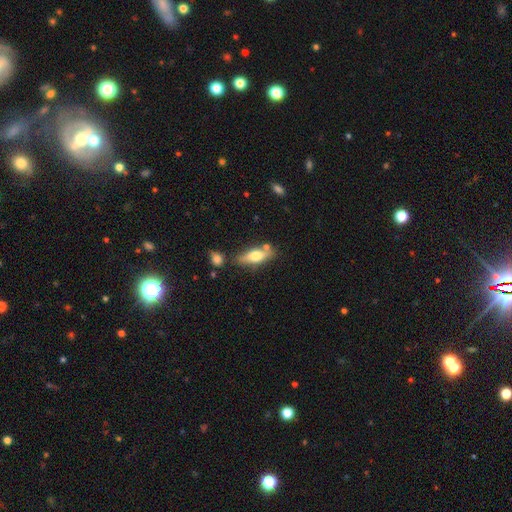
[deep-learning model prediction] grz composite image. It shows a smooth galaxy with no disk features (57%) that is in between round and cigar-shaped (57%). Merging: none (70%).